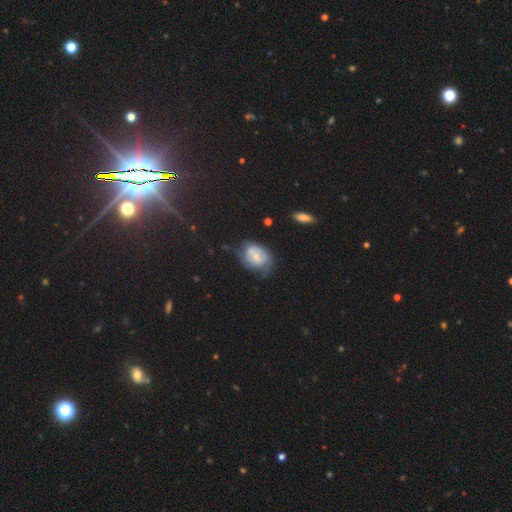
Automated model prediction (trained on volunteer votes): Morphology: type=featured or disk (54%); edge-on=no (97%); bar=no (56%); spiral arms=yes (78%); bulge=small (50%); merging=none (43%).